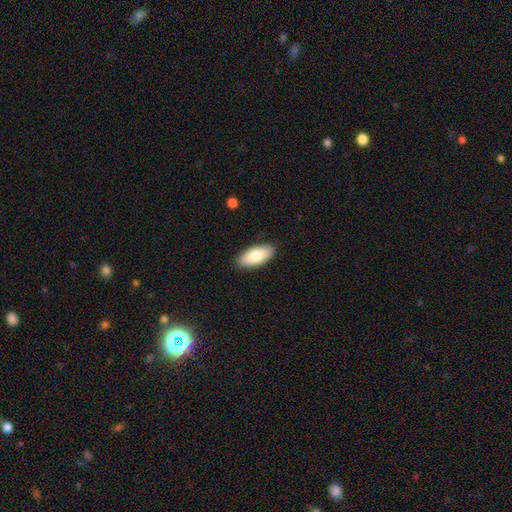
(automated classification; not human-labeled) Smooth or featured?
  - smooth: 81% *
  - featured or disk: 14%
  - star or artifact: 6%
How rounded?
  - in between: 88% *
  - cigar-shaped: 10%
  - round: 2%
Merging?
  - none: 89% *
  - minor disturbance: 9%
  - major disturbance: 2%
  - merger: 1%